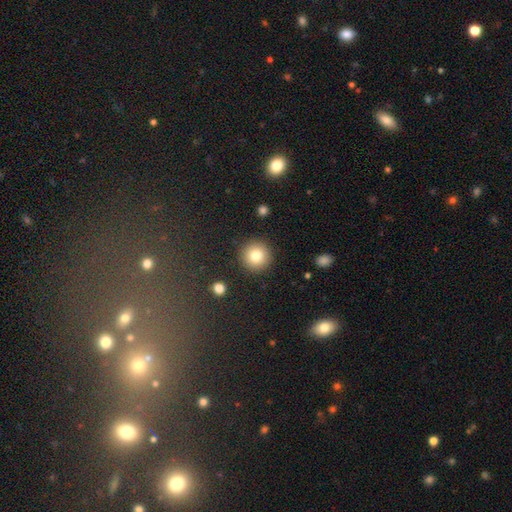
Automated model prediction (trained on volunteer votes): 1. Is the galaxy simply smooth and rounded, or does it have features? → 81% smooth, 10% star or artifact, 9% featured or disk.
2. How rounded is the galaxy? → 95% round, 4% in between, 1% cigar-shaped.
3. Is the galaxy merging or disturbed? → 91% none, 5% minor disturbance, 2% major disturbance, 1% merger.